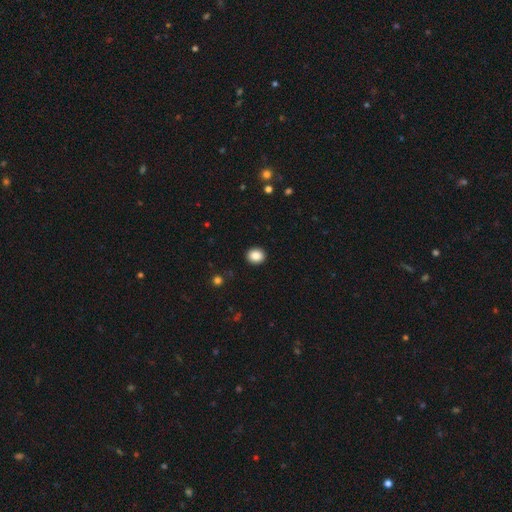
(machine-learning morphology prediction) Smooth or featured?
  - smooth: 87% *
  - star or artifact: 9%
  - featured or disk: 4%
How rounded?
  - round: 73% *
  - in between: 27%
  - cigar-shaped: 1%
Merging?
  - none: 92% *
  - minor disturbance: 5%
  - major disturbance: 2%
  - merger: 1%